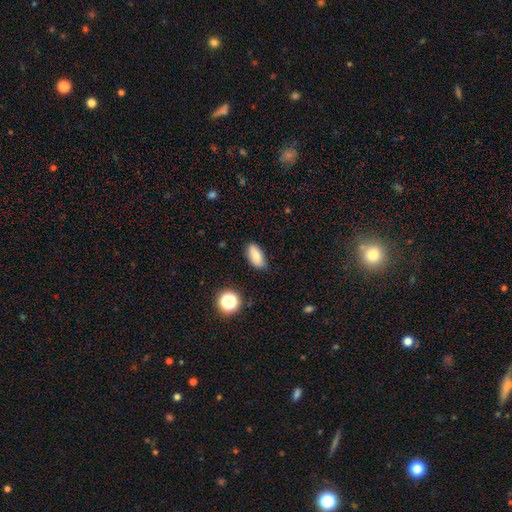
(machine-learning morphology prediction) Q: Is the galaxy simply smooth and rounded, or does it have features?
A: smooth — 82%.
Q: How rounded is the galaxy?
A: in between — 86%.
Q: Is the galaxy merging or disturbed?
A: none — 84%.